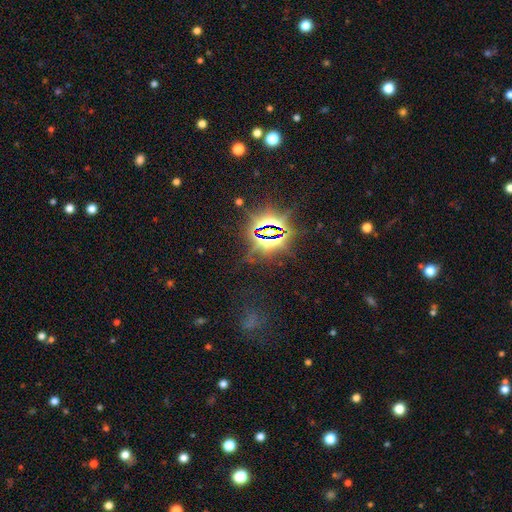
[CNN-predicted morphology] The model was most divided on "smooth or featured": star or artifact: 82%, smooth: 11%, featured or disk: 7%.